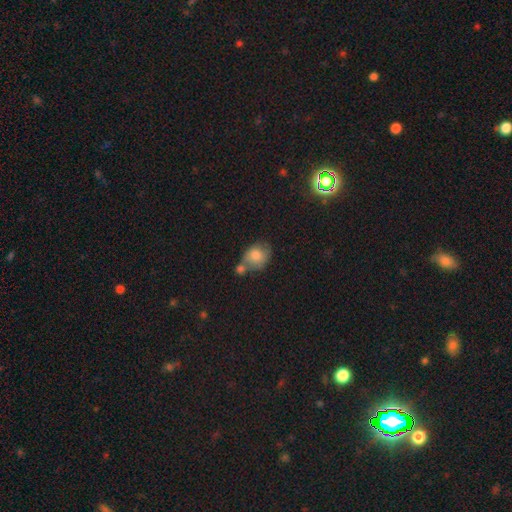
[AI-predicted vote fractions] Overall: smooth (70%). How rounded: round (54%; in between 45%). Merging: merger (36%; none 35%).